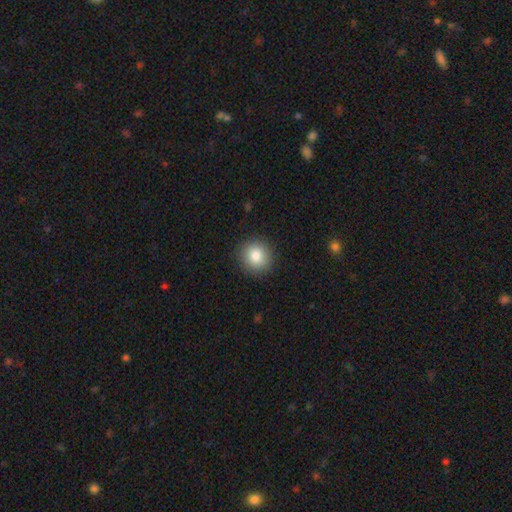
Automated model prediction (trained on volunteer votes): smooth-or-featured: smooth: 84% | star or artifact: 9% | featured or disk: 7%
  how-rounded: round: 91% | in between: 8% | cigar-shaped: 1%
  merging: none: 91% | minor disturbance: 6% | major disturbance: 2% | merger: 1%